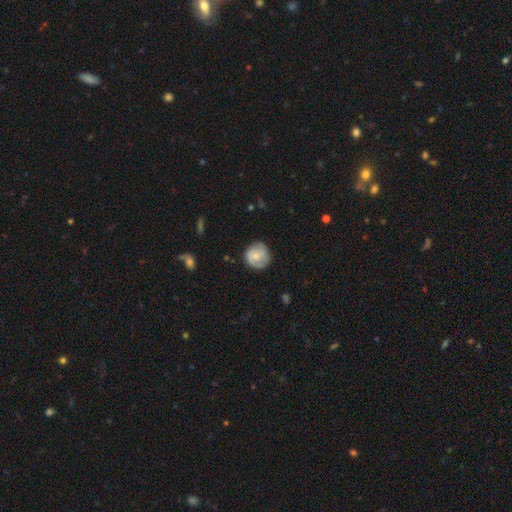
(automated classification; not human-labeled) Overall: smooth (58%; featured or disk 35%). How rounded: round (90%). Merging: none (74%).